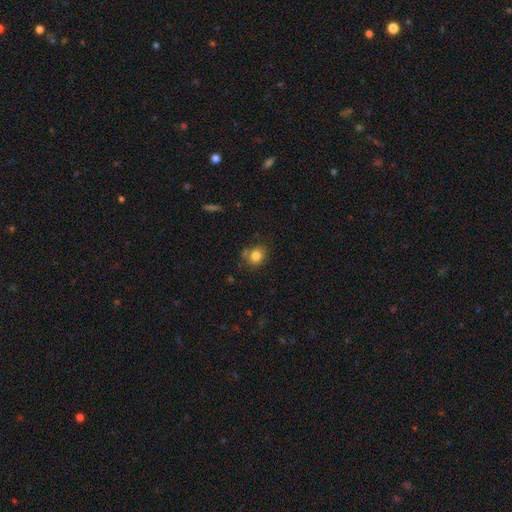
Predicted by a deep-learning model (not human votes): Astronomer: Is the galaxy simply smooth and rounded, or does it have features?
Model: smooth — 81%.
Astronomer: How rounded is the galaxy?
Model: round — 68%.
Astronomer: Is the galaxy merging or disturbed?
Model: none — 71%.